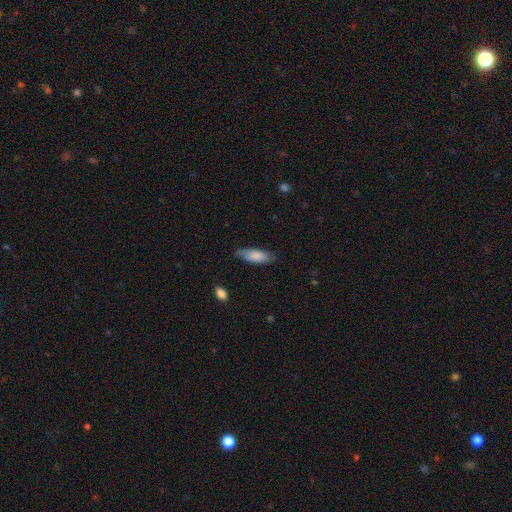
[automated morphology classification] Overall: smooth (81%). How rounded: in between (64%; cigar-shaped 34%). Merging: none (75%).